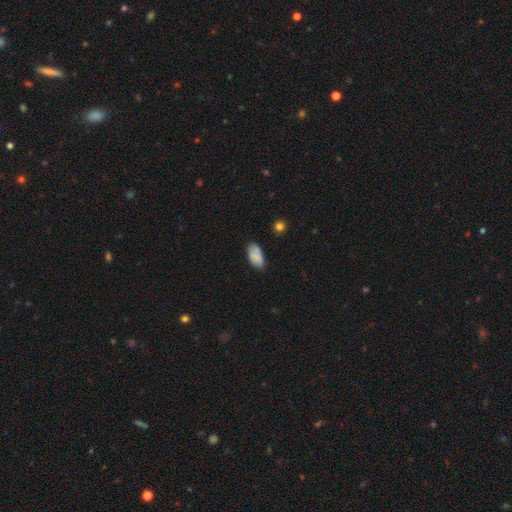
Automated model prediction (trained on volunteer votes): Smooth or featured?
  - smooth: 80% *
  - featured or disk: 12%
  - star or artifact: 8%
How rounded?
  - in between: 94% *
  - cigar-shaped: 4%
  - round: 3%
Merging?
  - none: 72% *
  - minor disturbance: 20%
  - major disturbance: 4%
  - merger: 4%